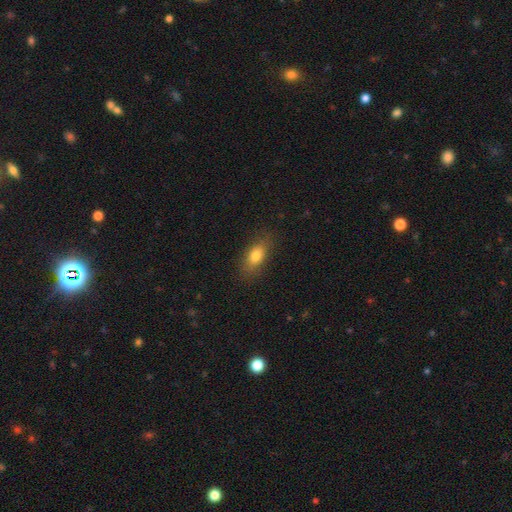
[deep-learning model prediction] Smooth or featured?
  - smooth: 79% *
  - featured or disk: 13%
  - star or artifact: 9%
How rounded?
  - in between: 81% *
  - cigar-shaped: 10%
  - round: 9%
Merging?
  - none: 82% *
  - minor disturbance: 13%
  - major disturbance: 4%
  - merger: 1%